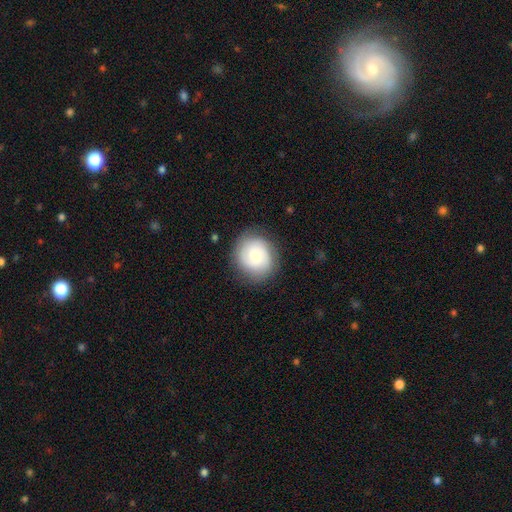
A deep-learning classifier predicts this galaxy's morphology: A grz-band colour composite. It shows a smooth galaxy with no disk features (58%) that is round (81%). Merging: none (81%).